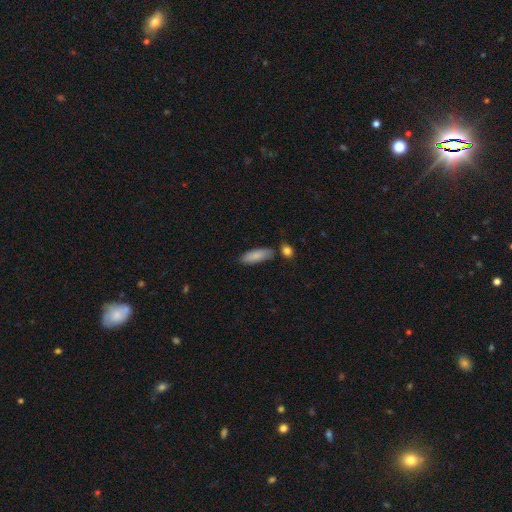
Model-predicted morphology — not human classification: A smooth galaxy with no disk features (86%) that is in between round and cigar-shaped (62%).

Vote fractions:
- Smooth or featured? smooth: 86% / featured or disk: 8% / star or artifact: 6%
- How rounded? in between: 62% / cigar-shaped: 36% / round: 2%
- Merging? none: 77% / minor disturbance: 14% / merger: 6% / major disturbance: 3%